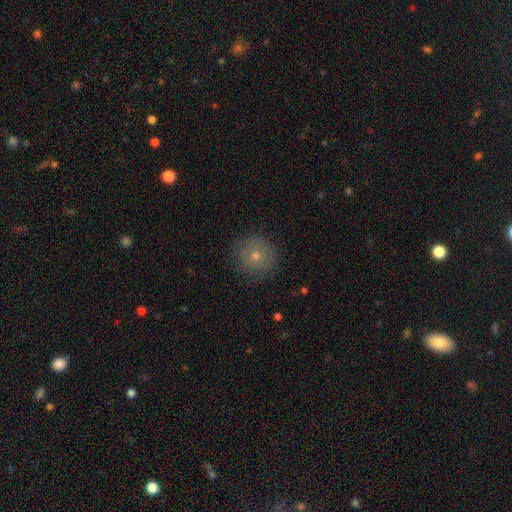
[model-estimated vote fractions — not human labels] Q: Smooth or featured?
A: smooth (71%); runner-up: featured or disk (17%)
Q: How rounded?
A: round (95%); runner-up: in between (4%)
Q: Merging?
A: none (86%); runner-up: minor disturbance (10%)